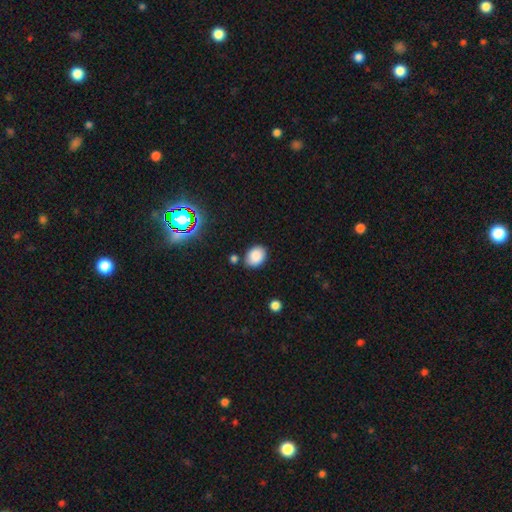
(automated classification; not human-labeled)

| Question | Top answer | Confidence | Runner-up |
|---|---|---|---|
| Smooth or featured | smooth | 85% | star or artifact (10%) |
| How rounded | in between | 59% | round (40%) |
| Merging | none | 77% | minor disturbance (14%) |